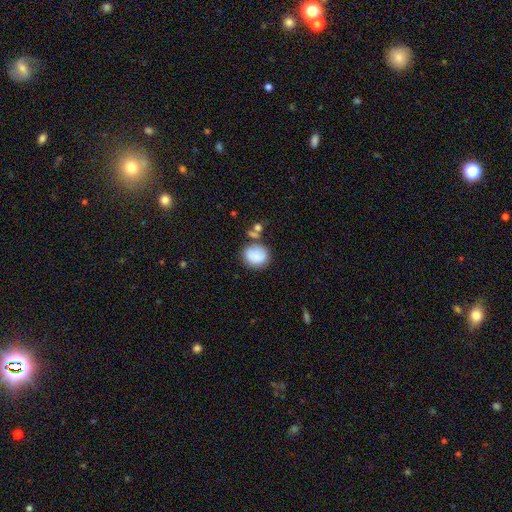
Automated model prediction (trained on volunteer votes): Smooth or featured: smooth — 84% (star or artifact — 8%)
How rounded: round — 76% (in between — 23%)
Merging: none — 64% (minor disturbance — 18%)